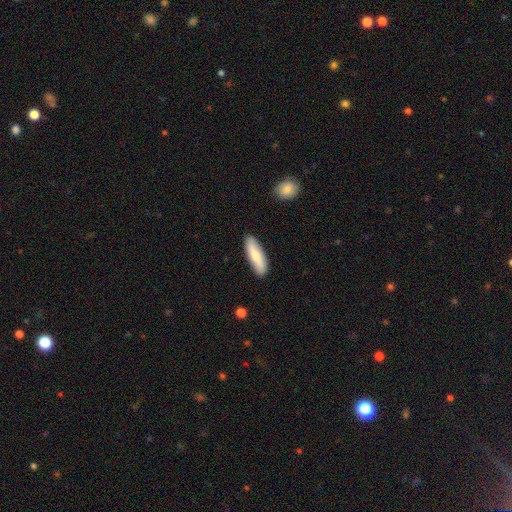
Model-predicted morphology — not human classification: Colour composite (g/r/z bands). It shows a smooth galaxy with no disk features (72%) that is cigar-shaped (51%). Merging: none (88%).